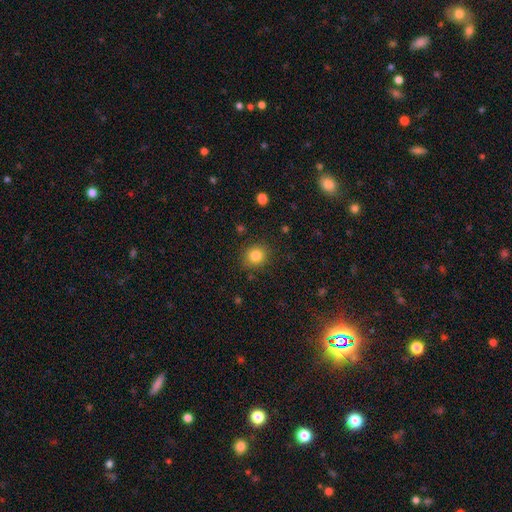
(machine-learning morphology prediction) The model was most divided on "how rounded": round: 79%, in between: 20%, cigar-shaped: 1%. More confident: merging — none (86%); smooth or featured — smooth (83%).